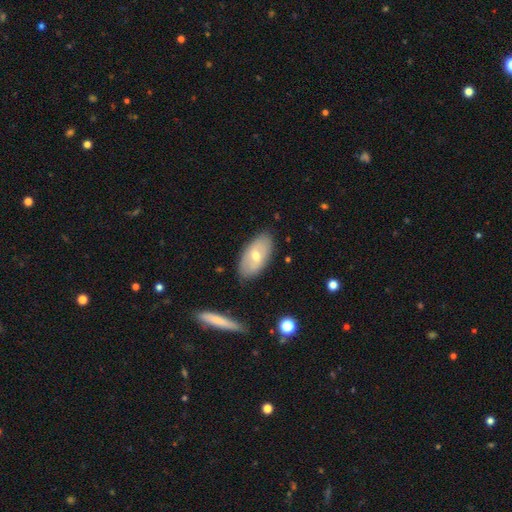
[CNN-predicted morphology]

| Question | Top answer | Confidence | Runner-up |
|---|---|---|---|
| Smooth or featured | smooth | 49% | featured or disk (45%) |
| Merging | none | 83% | minor disturbance (13%) |